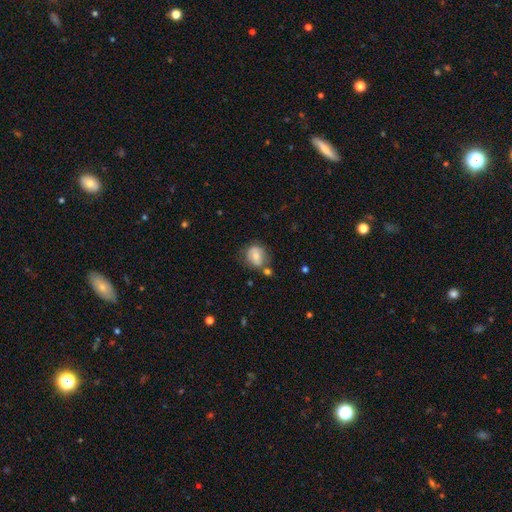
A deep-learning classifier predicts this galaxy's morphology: Smooth or featured: smooth — 68% (featured or disk — 23%)
How rounded: round — 62% (in between — 37%)
Merging: none — 56% (minor disturbance — 23%)